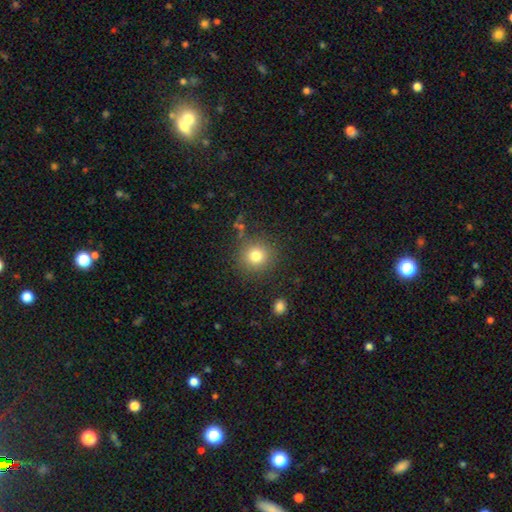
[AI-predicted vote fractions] A smooth galaxy with no disk features (79%) that is round (93%).

Vote fractions:
- Smooth or featured? smooth: 79% / star or artifact: 13% / featured or disk: 8%
- How rounded? round: 93% / in between: 6% / cigar-shaped: 1%
- Merging? none: 86% / minor disturbance: 8% / major disturbance: 3% / merger: 2%